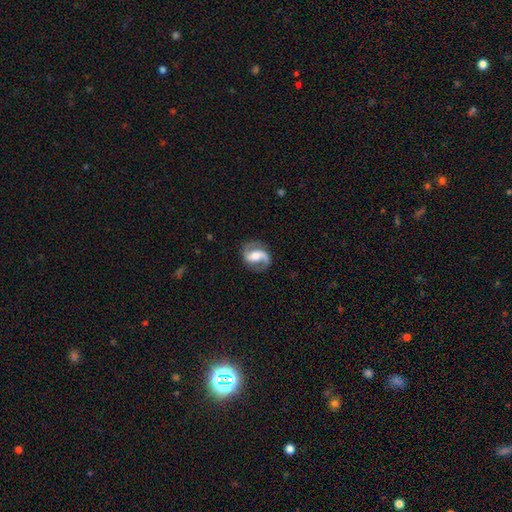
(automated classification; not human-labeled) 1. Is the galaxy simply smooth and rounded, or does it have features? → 87% featured or disk, 8% smooth, 5% star or artifact.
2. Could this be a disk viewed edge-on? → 98% no, 2% yes.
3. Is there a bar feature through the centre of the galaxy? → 40% weak, 31% strong, 29% no.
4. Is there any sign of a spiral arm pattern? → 96% yes, 4% no.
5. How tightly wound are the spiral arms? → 51% medium, 33% loose, 15% tight.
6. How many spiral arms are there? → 91% 2, 4% 1, 2% can't tell, 1% 3, 1% 4, 1% more than 4.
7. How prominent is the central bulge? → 60% moderate, 18% small, 17% large, 3% none, 2% dominant.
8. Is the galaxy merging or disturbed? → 81% none, 12% minor disturbance, 5% major disturbance, 1% merger.